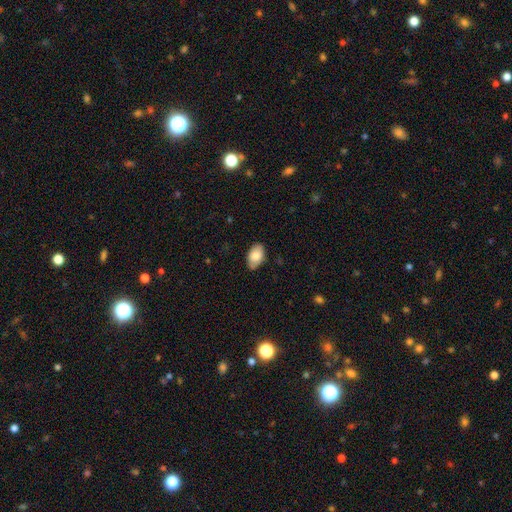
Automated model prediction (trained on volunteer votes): A smooth galaxy with no disk features (84%) that is in between round and cigar-shaped (93%).

Vote fractions:
- Smooth or featured? smooth: 84% / featured or disk: 10% / star or artifact: 6%
- How rounded? in between: 93% / round: 6% / cigar-shaped: 1%
- Merging? none: 81% / minor disturbance: 15% / major disturbance: 2% / merger: 1%